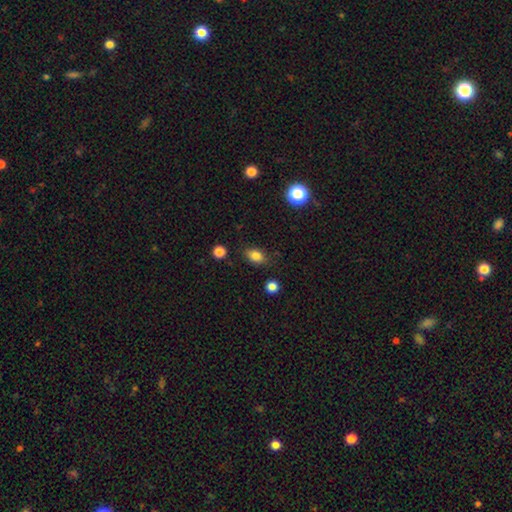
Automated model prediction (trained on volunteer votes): smooth 82%, star or artifact 11%, featured or disk 7%. Down the decision tree: how rounded — in between (78%); merging — none (81%).